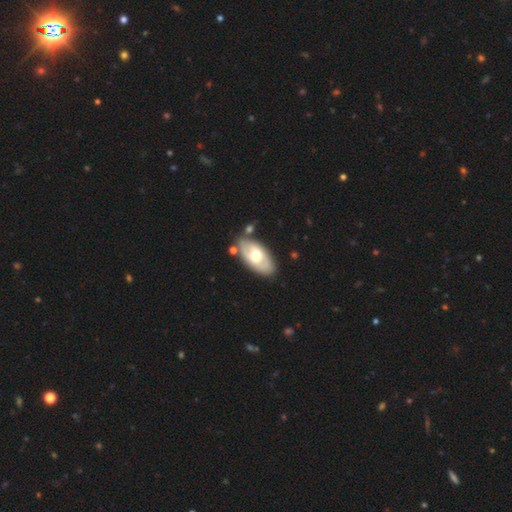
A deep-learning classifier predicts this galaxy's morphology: Q: Smooth or featured?
A: featured or disk (52%); runner-up: smooth (43%)
Q: Edge-on disk?
A: no (86%); runner-up: yes (14%)
Q: Merging?
A: none (72%); runner-up: minor disturbance (15%)